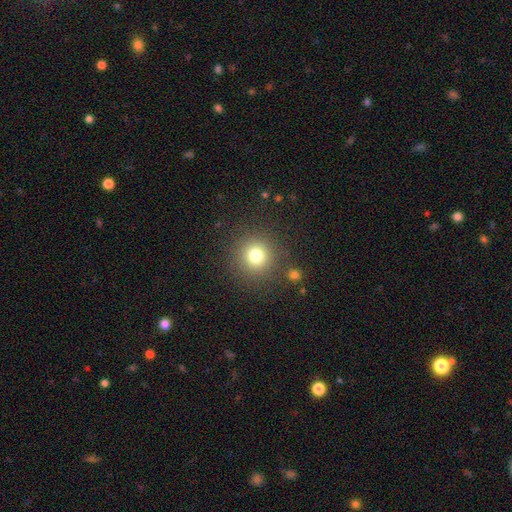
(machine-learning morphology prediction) Smooth or featured: smooth — 77% (star or artifact — 14%)
How rounded: round — 94% (in between — 5%)
Merging: none — 86% (minor disturbance — 7%)